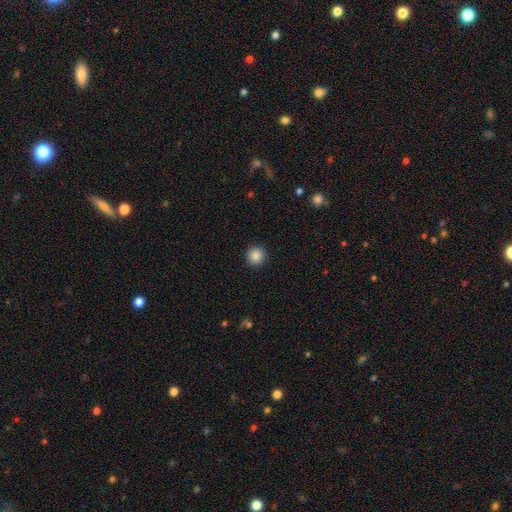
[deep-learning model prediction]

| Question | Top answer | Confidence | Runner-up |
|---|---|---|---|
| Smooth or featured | smooth | 87% | star or artifact (10%) |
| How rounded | round | 94% | in between (5%) |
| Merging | none | 92% | minor disturbance (5%) |